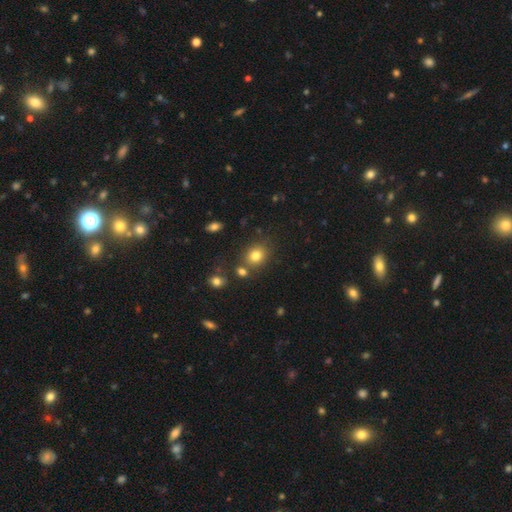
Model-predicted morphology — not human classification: Smooth or featured? smooth (79%)
How rounded? round (64%)
Merging? none (73%)